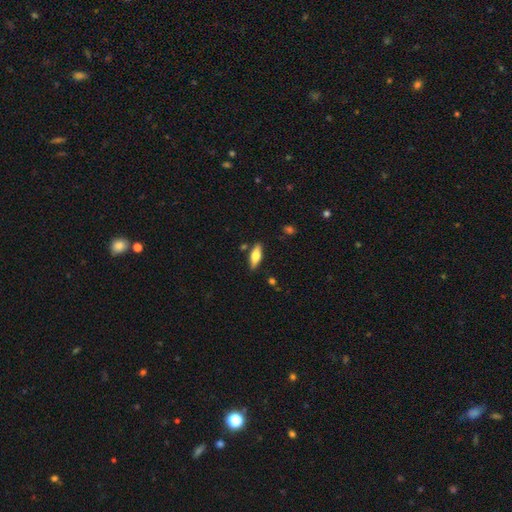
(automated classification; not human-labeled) Smooth or featured? Predicted: smooth (p=0.64). How rounded? Predicted: in between (p=0.64). Merging? Predicted: none (p=0.84).